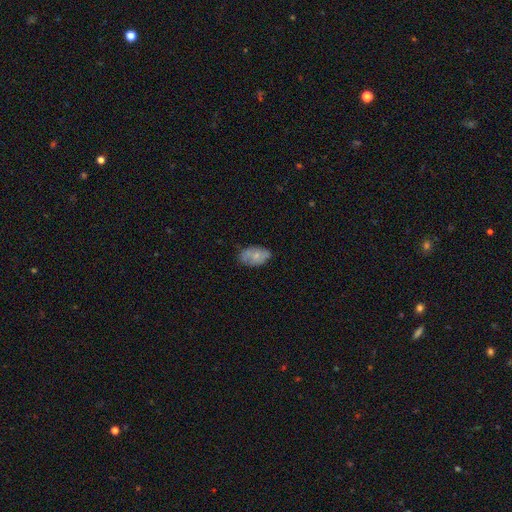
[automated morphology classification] Smooth or featured: smooth — 64% (featured or disk — 29%)
How rounded: in between — 91% (round — 7%)
Merging: none — 70% (minor disturbance — 24%)